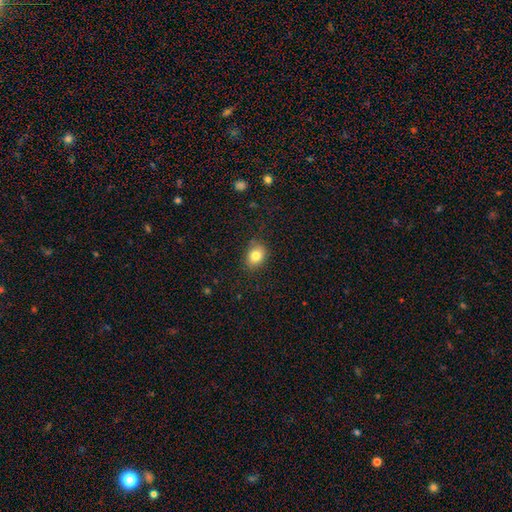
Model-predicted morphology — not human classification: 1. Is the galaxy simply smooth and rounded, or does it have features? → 82% smooth, 10% star or artifact, 9% featured or disk.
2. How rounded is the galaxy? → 57% in between, 42% round, 1% cigar-shaped.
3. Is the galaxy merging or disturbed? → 83% none, 13% minor disturbance, 3% major disturbance, 1% merger.